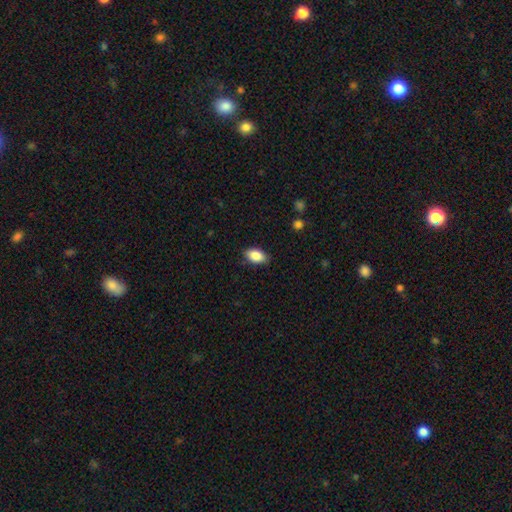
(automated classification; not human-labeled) Overall: smooth (87%). How rounded: in between (91%). Merging: none (83%).